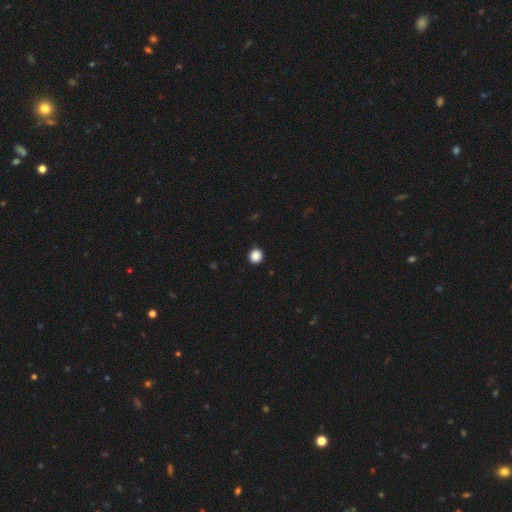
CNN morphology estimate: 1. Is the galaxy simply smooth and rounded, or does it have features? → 88% smooth, 10% star or artifact, 2% featured or disk.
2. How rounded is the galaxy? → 94% round, 5% in between, 1% cigar-shaped.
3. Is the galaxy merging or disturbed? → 93% none, 4% minor disturbance, 1% major disturbance, 1% merger.